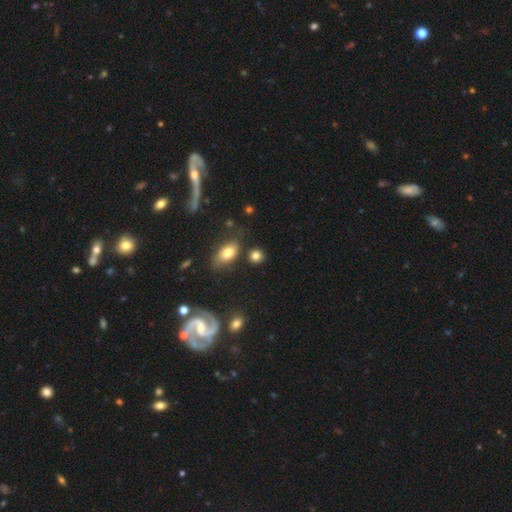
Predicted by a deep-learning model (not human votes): This is clearly a smooth galaxy (81%). How rounded: likely round (76%). Merging: likely none (77%).